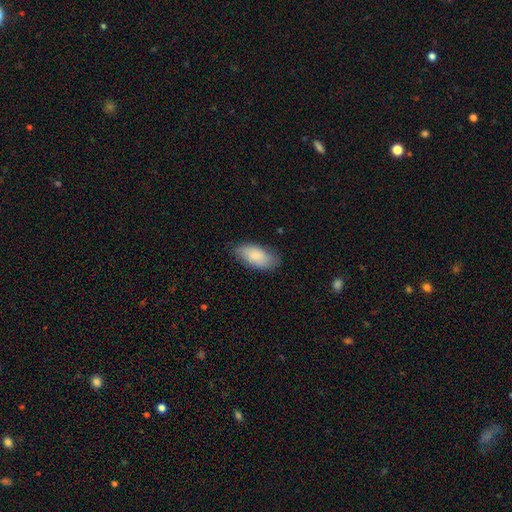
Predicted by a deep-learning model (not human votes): This is clearly a smooth galaxy (84%). How rounded: clearly in between (92%). Merging: likely none (77%).